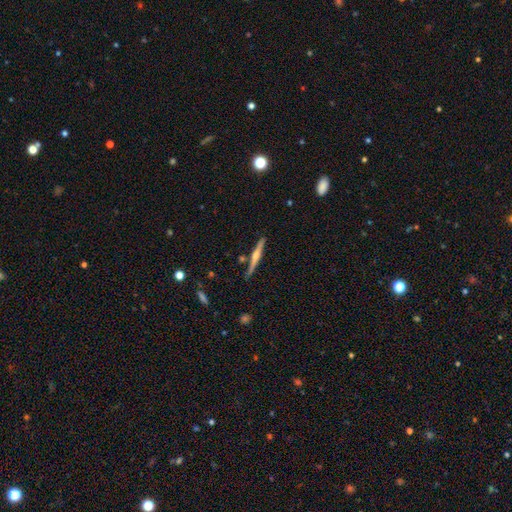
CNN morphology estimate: Overall: featured or disk (69%). Edge-on disk: yes (98%). Edge-on bulge: rounded (81%). Merging: none (84%).